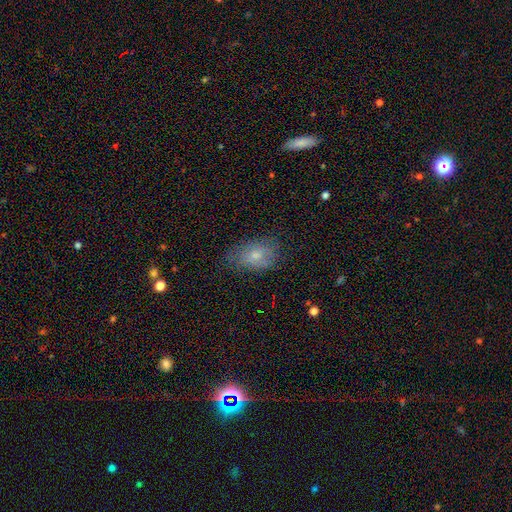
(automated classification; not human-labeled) The model was most divided on "merging": none: 62%, minor disturbance: 27%, major disturbance: 10%, merger: 1%. More confident: how rounded — in between (85%); smooth or featured — smooth (68%).